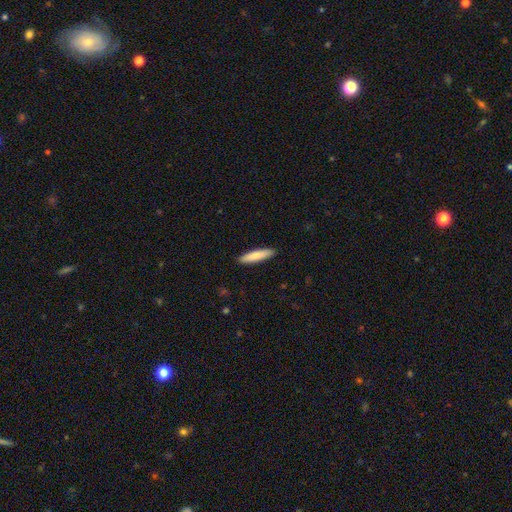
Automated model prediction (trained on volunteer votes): Overall: smooth (83%). How rounded: cigar-shaped (84%). Merging: none (91%).